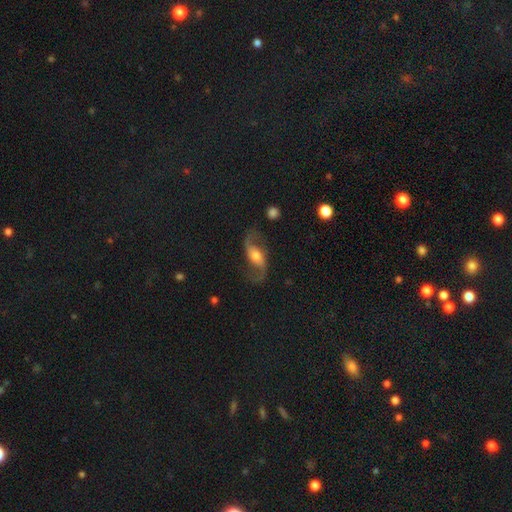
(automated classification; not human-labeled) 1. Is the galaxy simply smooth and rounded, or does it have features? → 84% featured or disk, 10% smooth, 6% star or artifact.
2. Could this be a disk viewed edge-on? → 95% no, 5% yes.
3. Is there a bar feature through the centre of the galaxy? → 44% no, 36% weak, 20% strong.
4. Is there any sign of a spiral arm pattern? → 95% yes, 5% no.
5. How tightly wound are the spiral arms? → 71% loose, 24% medium, 5% tight.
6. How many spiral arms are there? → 93% 2, 2% 1, 2% can't tell, 1% 3, 1% 4, 1% more than 4.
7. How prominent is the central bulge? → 59% moderate, 23% small, 14% large, 2% none, 2% dominant.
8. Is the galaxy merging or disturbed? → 74% none, 13% minor disturbance, 10% major disturbance, 2% merger.